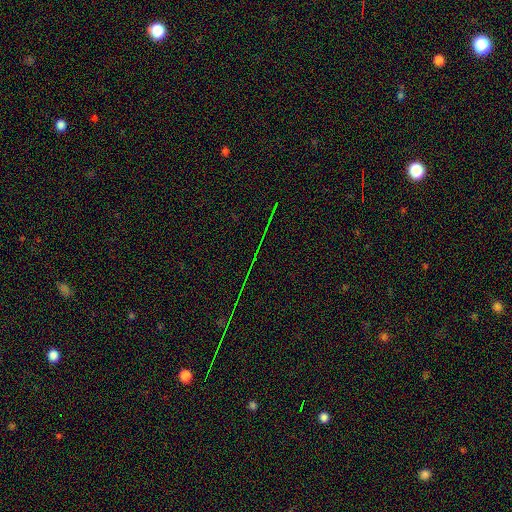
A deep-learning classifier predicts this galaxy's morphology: smooth-or-featured: star or artifact: 82% | featured or disk: 11% | smooth: 7%